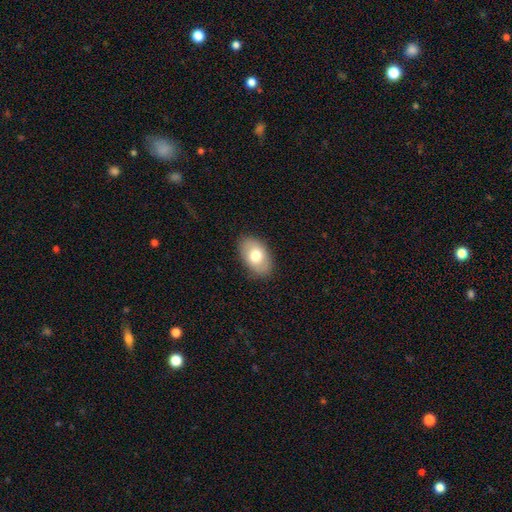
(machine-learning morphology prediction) A smooth galaxy with no disk features (73%) that is in between round and cigar-shaped (92%). Merging: none (86%).